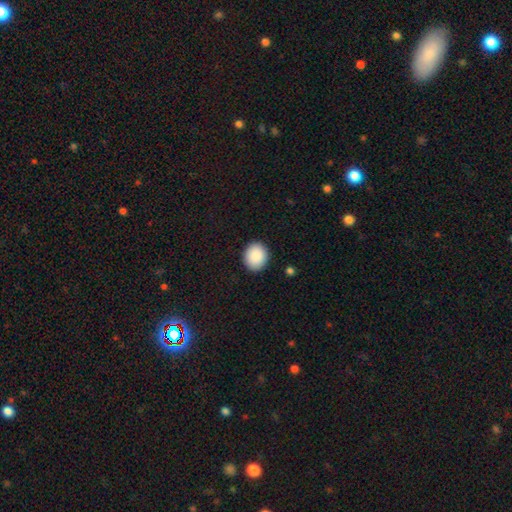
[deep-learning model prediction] Overall: smooth (90%). How rounded: round (67%; in between 32%). Merging: none (90%).